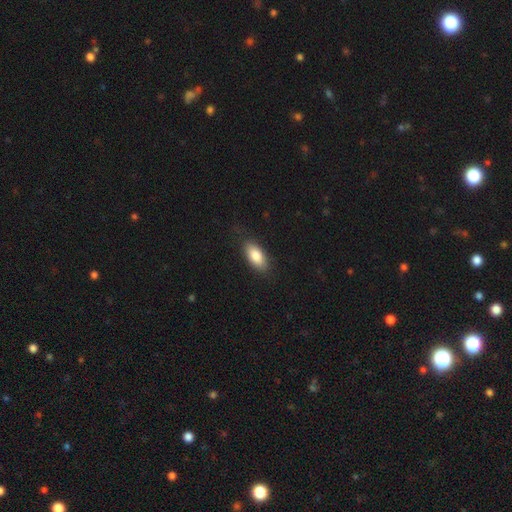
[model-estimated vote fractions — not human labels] A smooth galaxy with no disk features (83%) that is in between round and cigar-shaped (89%). Merging: none (81%).